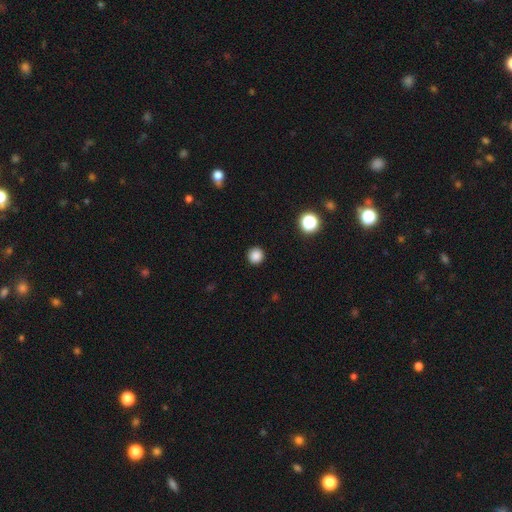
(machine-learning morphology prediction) A smooth galaxy with no disk features (85%) that is round (95%).

Vote fractions:
- Smooth or featured? smooth: 85% / star or artifact: 12% / featured or disk: 3%
- How rounded? round: 95% / in between: 4% / cigar-shaped: 1%
- Merging? none: 93% / minor disturbance: 4% / major disturbance: 2% / merger: 1%